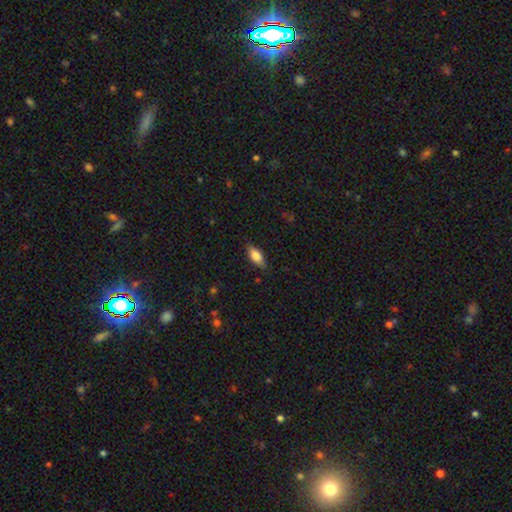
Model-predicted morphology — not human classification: type=smooth (79%); roundness=in between (80%); merging=none (82%).